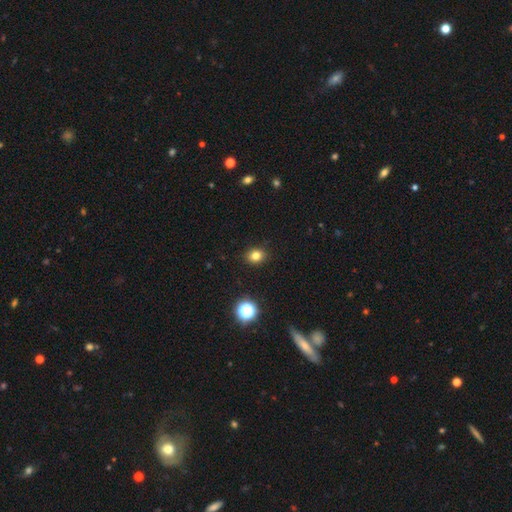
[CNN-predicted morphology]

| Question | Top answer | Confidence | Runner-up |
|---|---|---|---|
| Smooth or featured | smooth | 80% | star or artifact (14%) |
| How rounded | round | 61% | in between (38%) |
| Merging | none | 90% | minor disturbance (7%) |